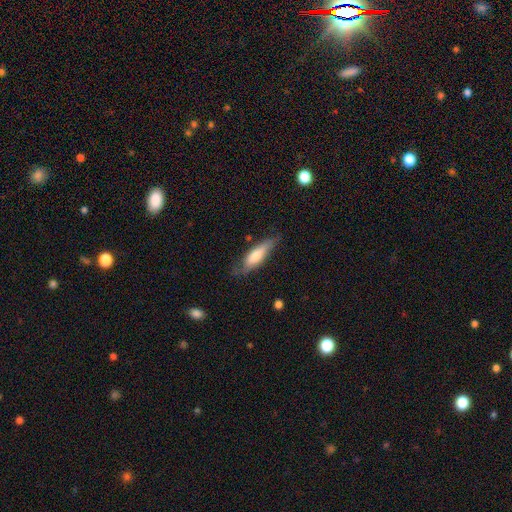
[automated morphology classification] Smooth or featured? Predicted: smooth (p=0.63). How rounded? Predicted: cigar-shaped (p=0.55). Merging? Predicted: none (p=0.65).